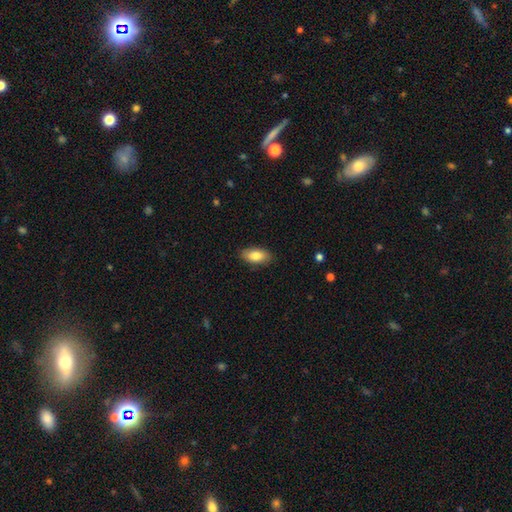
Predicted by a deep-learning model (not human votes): Morphology: type=smooth (81%); roundness=in between (91%); merging=none (87%).